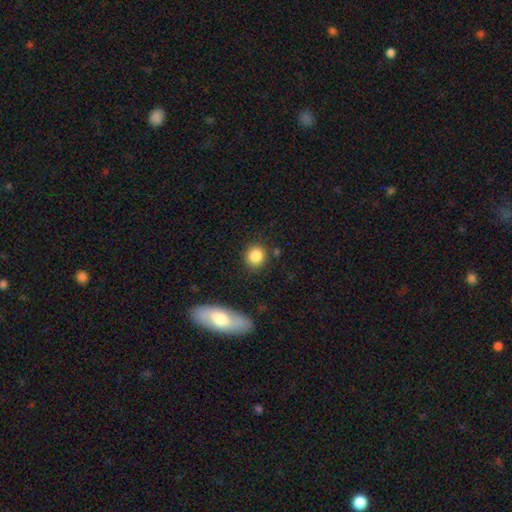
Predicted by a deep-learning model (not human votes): The model was most divided on "how rounded": round: 83%, in between: 15%, cigar-shaped: 1%. More confident: smooth or featured — smooth (86%); merging — none (85%).